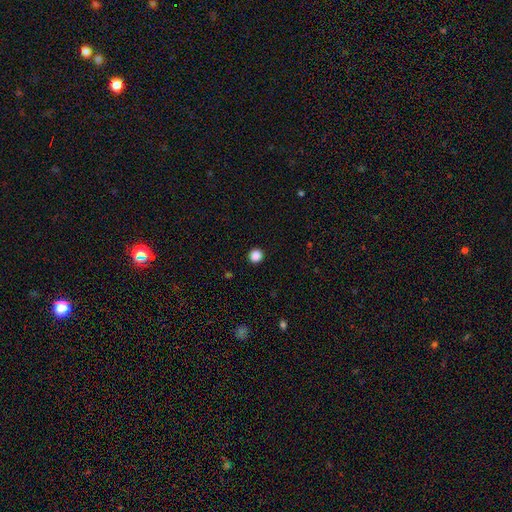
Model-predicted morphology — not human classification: smooth_or_featured: smooth (p=0.87) [alt: star or artifact p=0.10]
how_rounded: round (p=0.95) [alt: in between p=0.04]
merging: none (p=0.93) [alt: minor disturbance p=0.04]